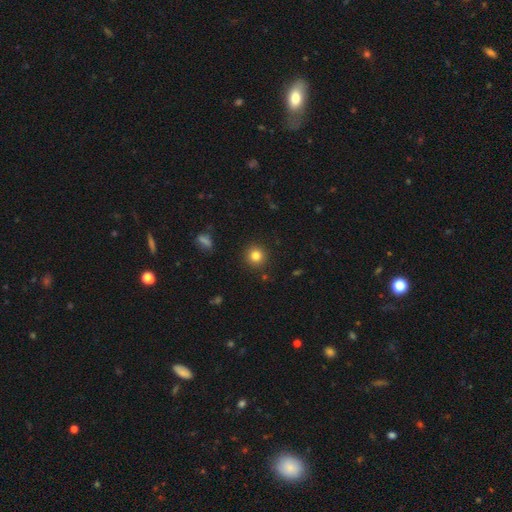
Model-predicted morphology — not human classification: smooth 82%, star or artifact 12%, featured or disk 6%. Down the decision tree: how rounded — round (93%); merging — none (91%).